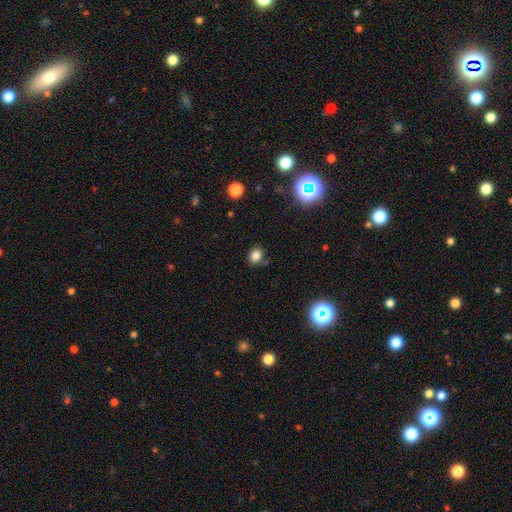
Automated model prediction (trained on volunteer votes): smooth-or-featured: smooth: 81% | star or artifact: 13% | featured or disk: 5%
  how-rounded: round: 61% | in between: 39% | cigar-shaped: 1%
  merging: none: 81% | minor disturbance: 11% | merger: 5% | major disturbance: 3%